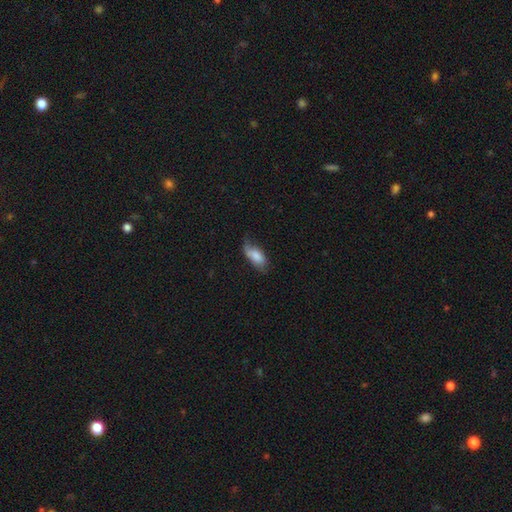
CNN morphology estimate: A smooth galaxy with no disk features (74%) that is in between round and cigar-shaped (87%).

Vote fractions:
- Smooth or featured? smooth: 74% / featured or disk: 19% / star or artifact: 7%
- How rounded? in between: 87% / cigar-shaped: 10% / round: 3%
- Merging? none: 45% / minor disturbance: 36% / major disturbance: 17% / merger: 3%